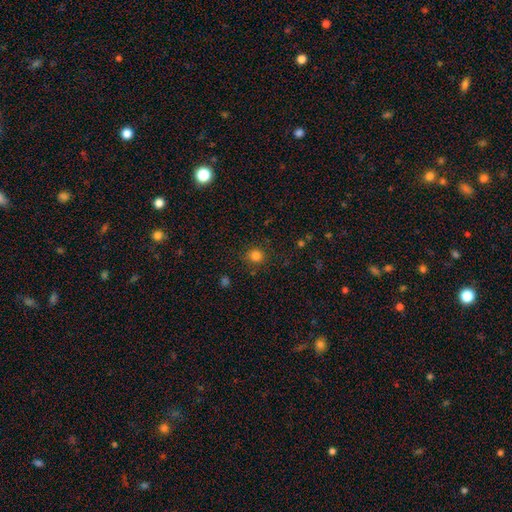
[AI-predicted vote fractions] Overall: smooth (82%). How rounded: round (90%). Merging: none (87%).